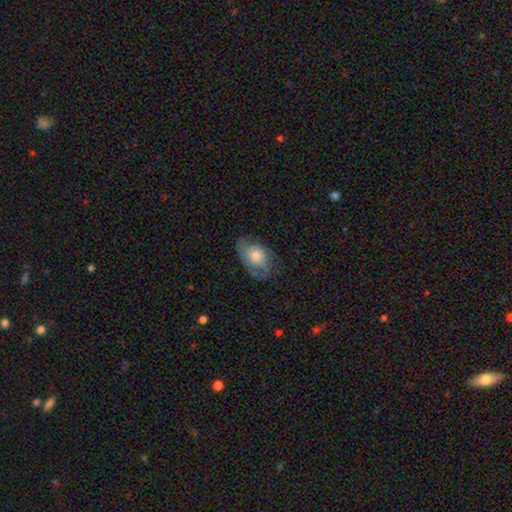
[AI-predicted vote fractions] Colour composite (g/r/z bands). It shows a featured or disk galaxy (51%). Merging: none (65%).